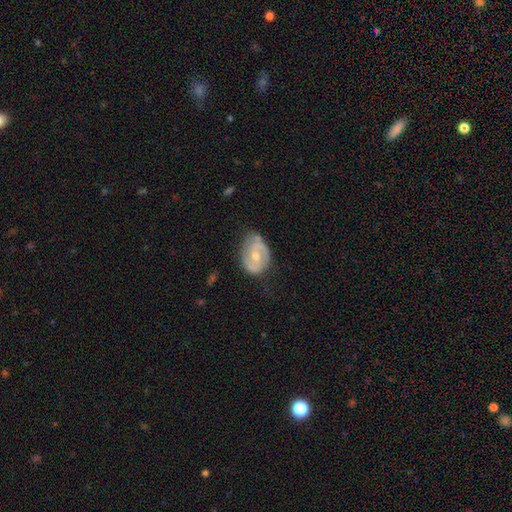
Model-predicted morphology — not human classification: smooth-or-featured: featured or disk: 69% | smooth: 26% | star or artifact: 5%
  disk-edge-on: no: 96% | yes: 4%
    bar: no: 47% | weak: 40% | strong: 13%
    has-spiral-arms: yes: 77% | no: 23%
      spiral-winding: medium: 43% | tight: 36% | loose: 21%
      spiral-arm-count: 2: 75% | can't tell: 14% | 1: 7% | 3: 2% | 4: 1% | more than 4: 1%
    bulge-size: moderate: 62% | small: 33% | large: 2% | none: 2% | dominant: 1%
  merging: none: 59% | minor disturbance: 30% | major disturbance: 9% | merger: 2%